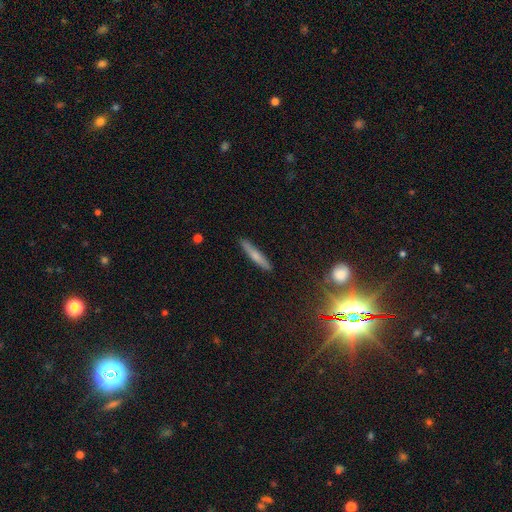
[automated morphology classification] This appears to be a smooth galaxy with no disk features (62%) that is cigar-shaped (93%). Merging: none (89%).